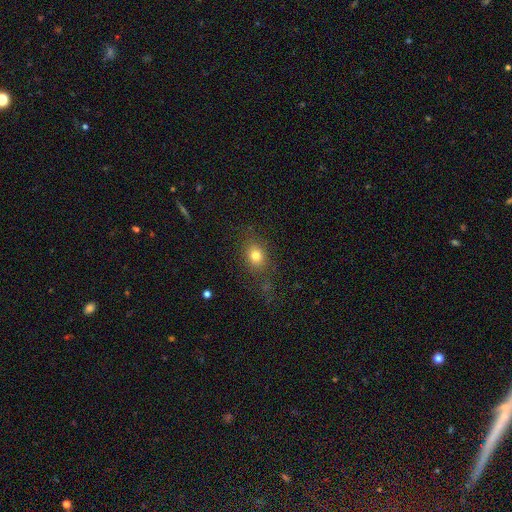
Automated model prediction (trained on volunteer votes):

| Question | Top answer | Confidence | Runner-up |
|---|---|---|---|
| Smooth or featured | smooth | 77% | star or artifact (13%) |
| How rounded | round | 51% | in between (47%) |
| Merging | none | 74% | minor disturbance (15%) |